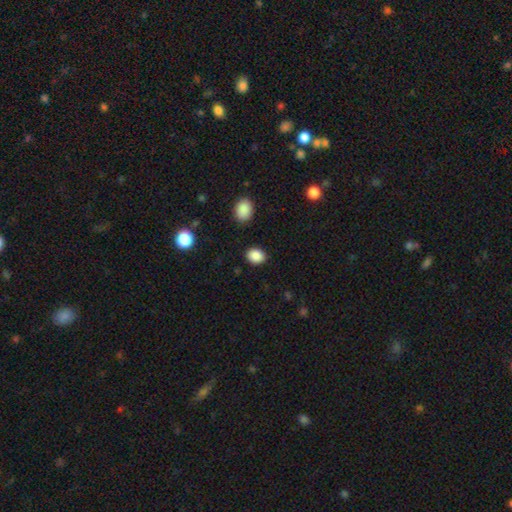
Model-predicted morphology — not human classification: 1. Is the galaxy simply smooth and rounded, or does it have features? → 87% smooth, 9% star or artifact, 4% featured or disk.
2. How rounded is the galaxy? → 57% in between, 42% round, 1% cigar-shaped.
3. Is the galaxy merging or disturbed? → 88% none, 8% minor disturbance, 3% major disturbance, 2% merger.